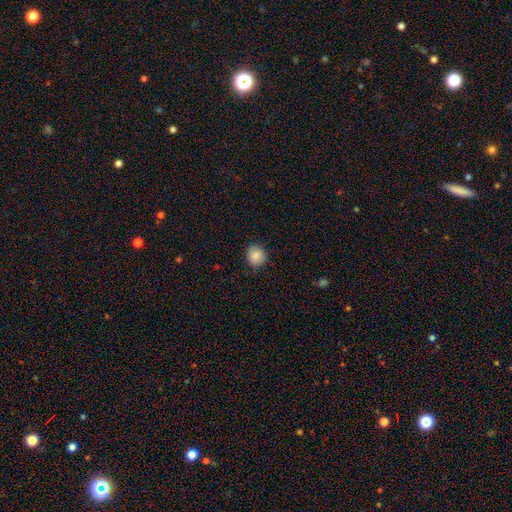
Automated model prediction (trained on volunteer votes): A smooth galaxy with no disk features (88%) that is round (88%). Merging: none (87%).